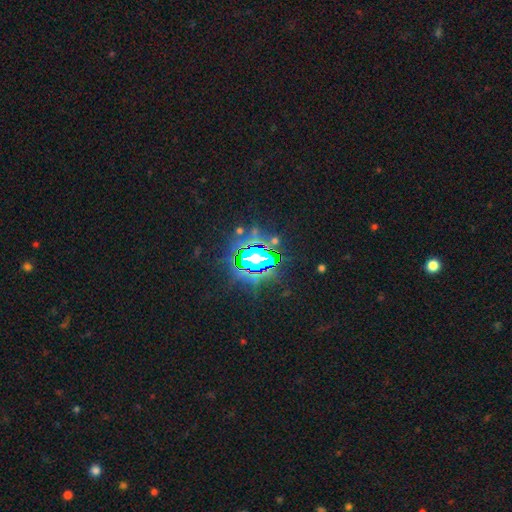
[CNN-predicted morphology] smooth-or-featured: star or artifact: 80% | smooth: 11% | featured or disk: 9%